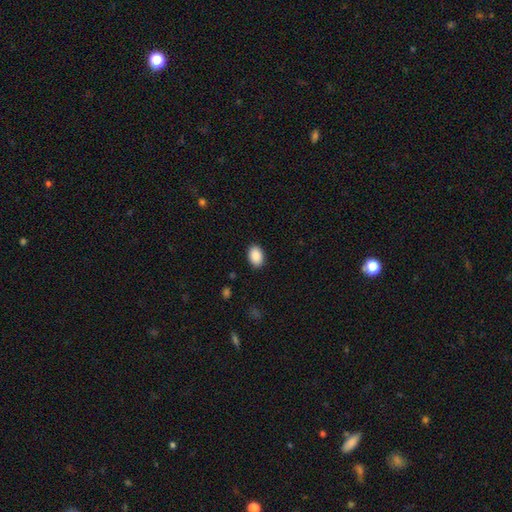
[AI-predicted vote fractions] smooth_or_featured: smooth (p=0.90) [alt: star or artifact p=0.07]
how_rounded: in between (p=0.84) [alt: round p=0.15]
merging: none (p=0.89) [alt: minor disturbance p=0.08]